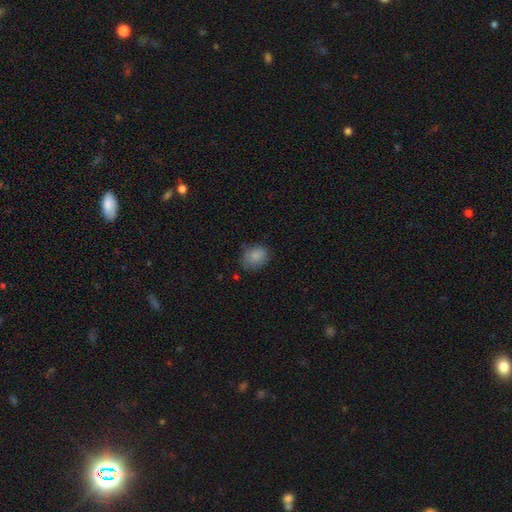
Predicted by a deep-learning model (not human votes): smooth-or-featured: smooth: 86% | star or artifact: 8% | featured or disk: 6%
  how-rounded: in between: 56% | round: 43% | cigar-shaped: 1%
  merging: none: 70% | minor disturbance: 22% | major disturbance: 5% | merger: 2%